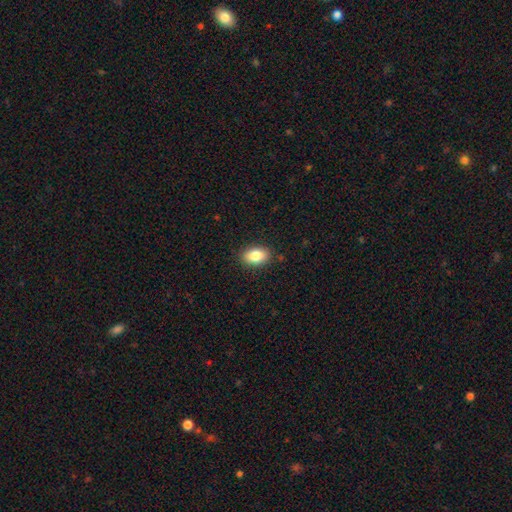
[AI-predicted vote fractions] Smooth or featured?
  - smooth: 85% *
  - star or artifact: 8%
  - featured or disk: 7%
How rounded?
  - in between: 88% *
  - round: 10%
  - cigar-shaped: 2%
Merging?
  - none: 87% *
  - minor disturbance: 9%
  - major disturbance: 2%
  - merger: 1%